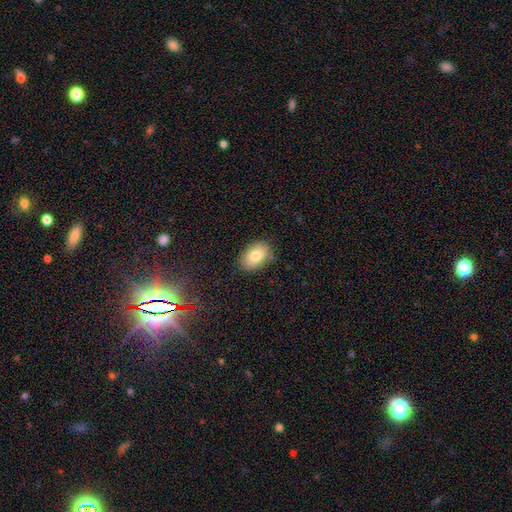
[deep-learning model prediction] The model was most divided on "merging": none: 80%, minor disturbance: 15%, major disturbance: 3%, merger: 1%. More confident: how rounded — in between (87%); smooth or featured — smooth (79%).